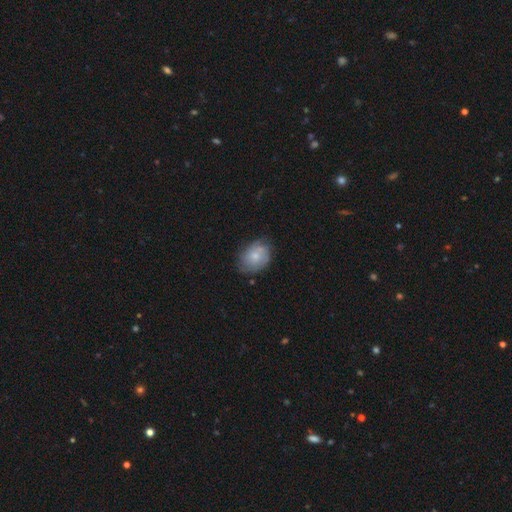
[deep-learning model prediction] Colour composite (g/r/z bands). It shows a smooth galaxy with no disk features (58%) that is in between round and cigar-shaped (65%). Merging: none (62%).